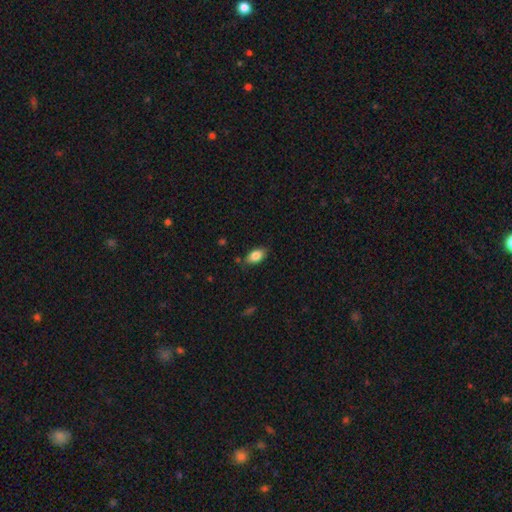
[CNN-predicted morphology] smooth 84%, featured or disk 9%, star or artifact 8%. Down the decision tree: how rounded — in between (90%); merging — none (80%).